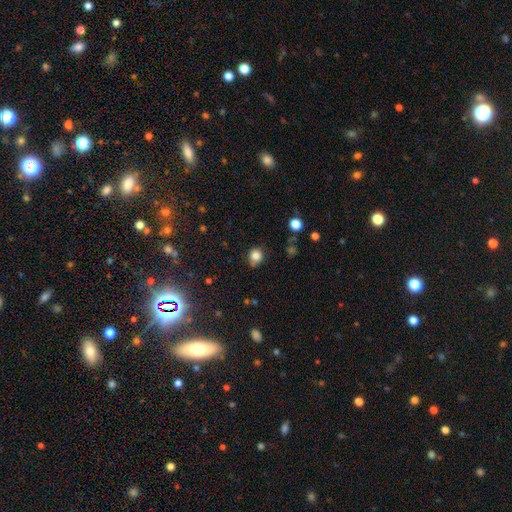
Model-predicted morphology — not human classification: type=smooth (82%); roundness=round (77%); merging=none (73%).